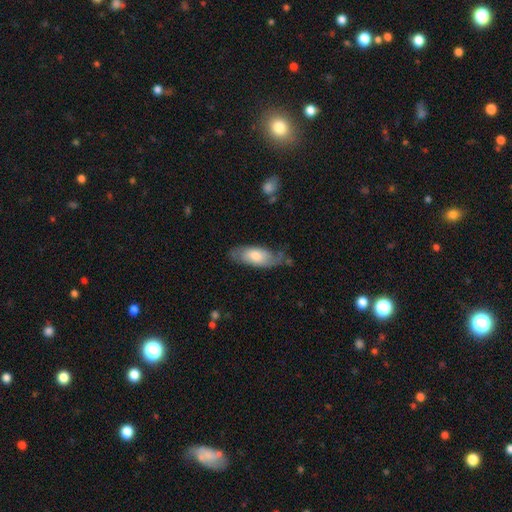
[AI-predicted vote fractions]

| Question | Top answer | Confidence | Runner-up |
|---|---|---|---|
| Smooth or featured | smooth | 47% | tied: featured or disk (47%) |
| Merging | none | 63% | minor disturbance (25%) |